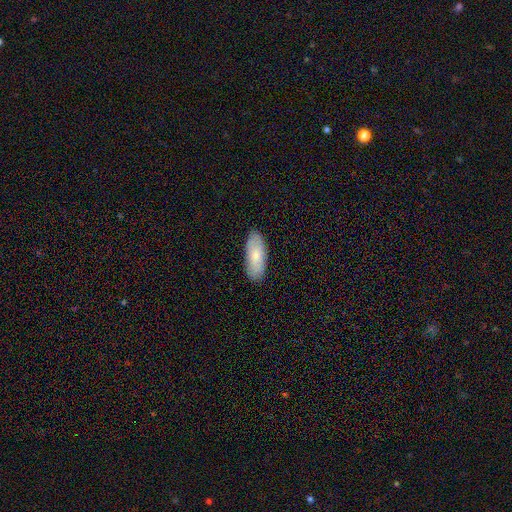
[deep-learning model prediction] Smooth or featured? smooth (75%)
How rounded? in between (81%)
Merging? none (87%)